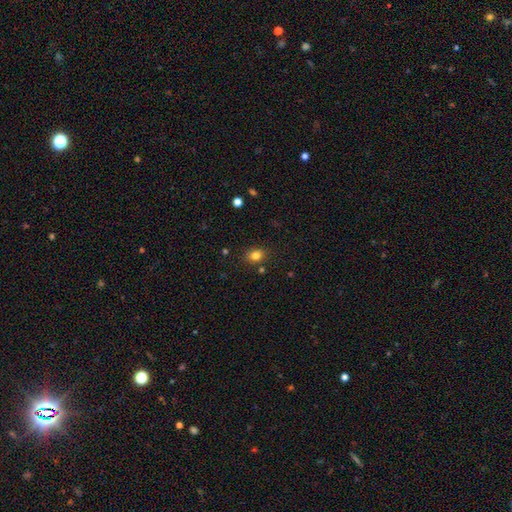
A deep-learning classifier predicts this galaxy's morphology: Q: Smooth or featured?
A: smooth (81%); runner-up: star or artifact (13%)
Q: How rounded?
A: round (50%); runner-up: in between (49%)
Q: Merging?
A: none (82%); runner-up: minor disturbance (11%)